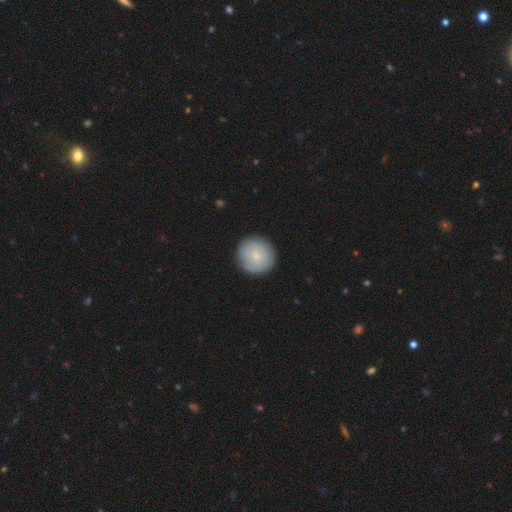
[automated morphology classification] smooth 77%, featured or disk 17%, star or artifact 6%. Down the decision tree: how rounded — round (95%); merging — none (90%).